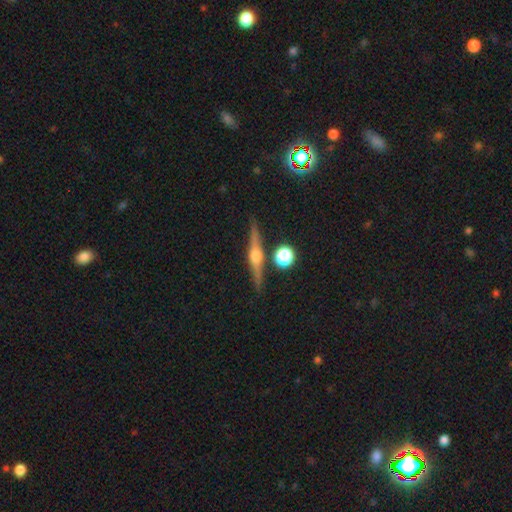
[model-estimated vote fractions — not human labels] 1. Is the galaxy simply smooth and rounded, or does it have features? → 80% featured or disk, 13% smooth, 8% star or artifact.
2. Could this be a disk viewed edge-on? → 98% yes, 2% no.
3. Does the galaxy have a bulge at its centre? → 92% rounded, 5% boxy, 2% none.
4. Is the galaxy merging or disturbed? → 88% none, 7% minor disturbance, 3% merger, 2% major disturbance.